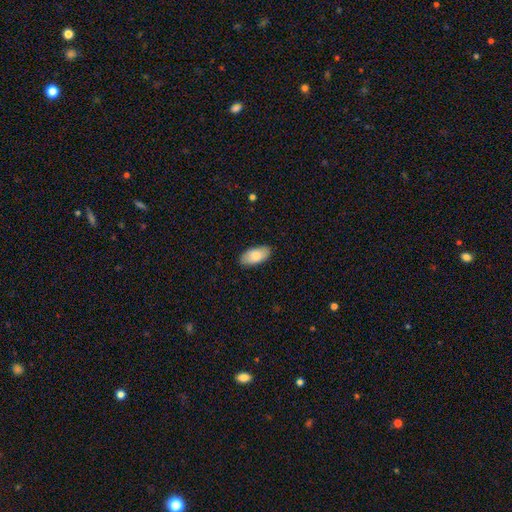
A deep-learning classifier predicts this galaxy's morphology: Q: Smooth or featured?
A: smooth (83%); runner-up: featured or disk (11%)
Q: How rounded?
A: in between (94%); runner-up: cigar-shaped (4%)
Q: Merging?
A: none (86%); runner-up: minor disturbance (11%)